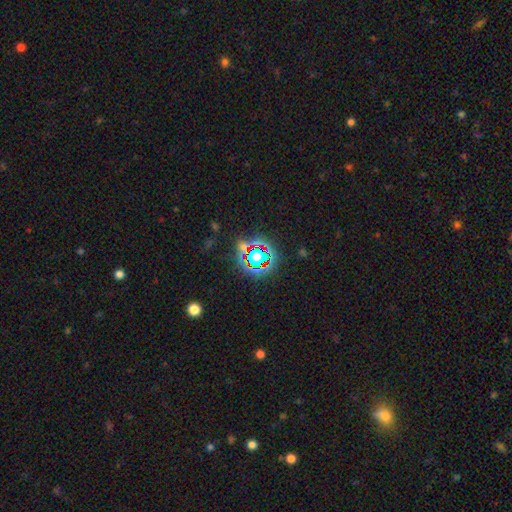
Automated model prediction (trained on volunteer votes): Smooth or featured? star or artifact (65%)